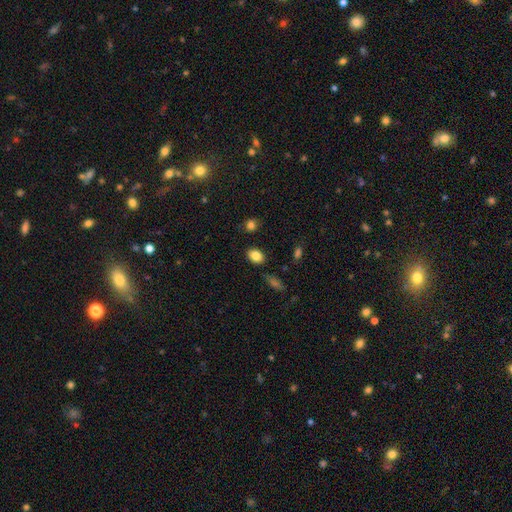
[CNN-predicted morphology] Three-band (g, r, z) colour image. It shows a smooth galaxy with no disk features (85%) that is in between round and cigar-shaped (76%). Merging: none (84%).